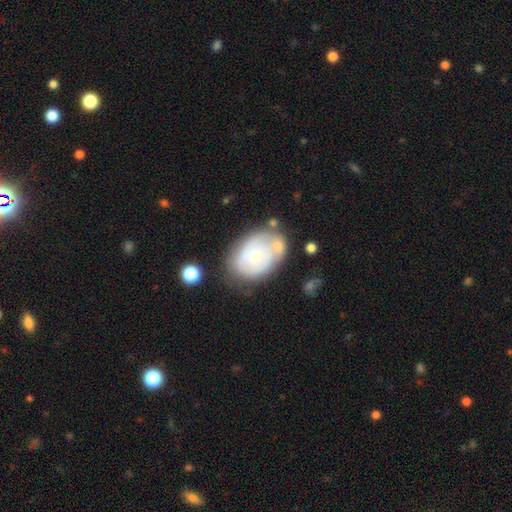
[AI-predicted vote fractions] A featured or disk galaxy (57%) with no bar (83%), spiral arms (58%) and a small central bulge (69%). Merging: none (50%).